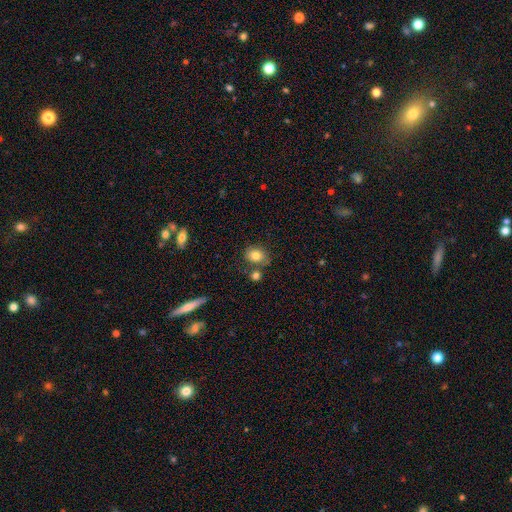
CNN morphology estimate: Smooth or featured? Predicted: smooth (p=0.80). How rounded? Predicted: round (p=0.59). Merging? Predicted: none (p=0.70).